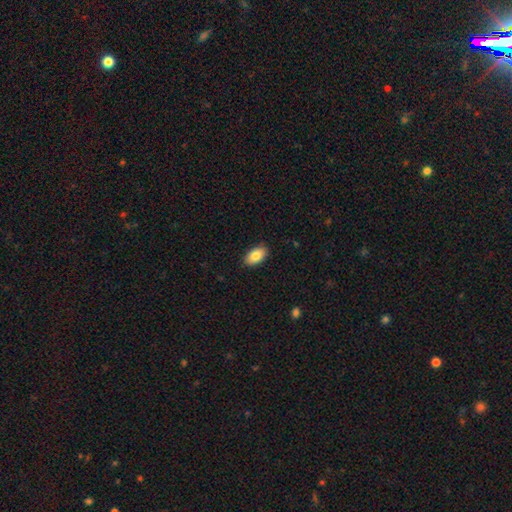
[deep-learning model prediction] A smooth galaxy with no disk features (85%) that is in between round and cigar-shaped (94%). Merging: none (89%).